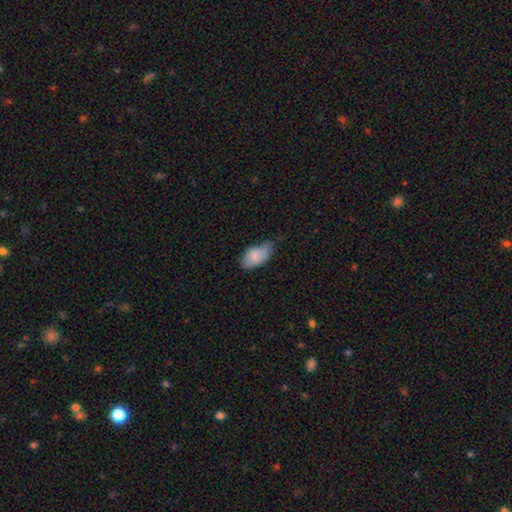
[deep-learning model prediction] Smooth or featured? Predicted: smooth (p=0.81). How rounded? Predicted: in between (p=0.94). Merging? Predicted: none (p=0.46).